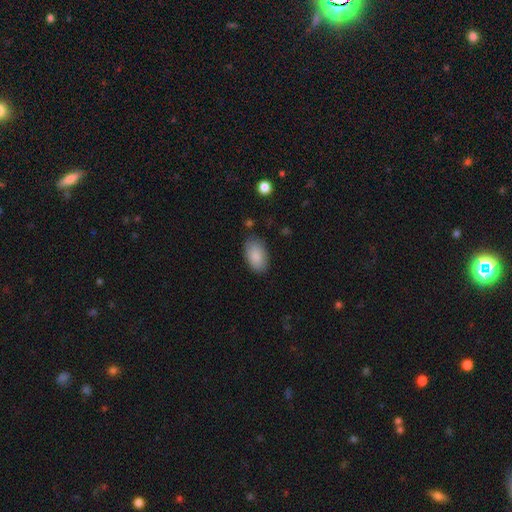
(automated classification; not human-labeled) Overall: smooth (87%). How rounded: in between (94%). Merging: none (83%).